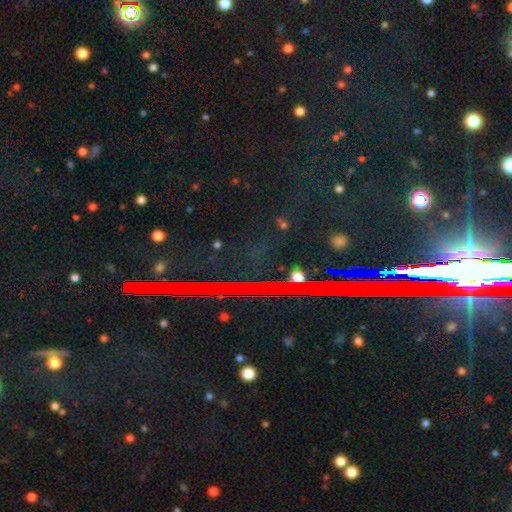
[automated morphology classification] smooth_or_featured: star or artifact (p=0.82) [alt: featured or disk p=0.10]